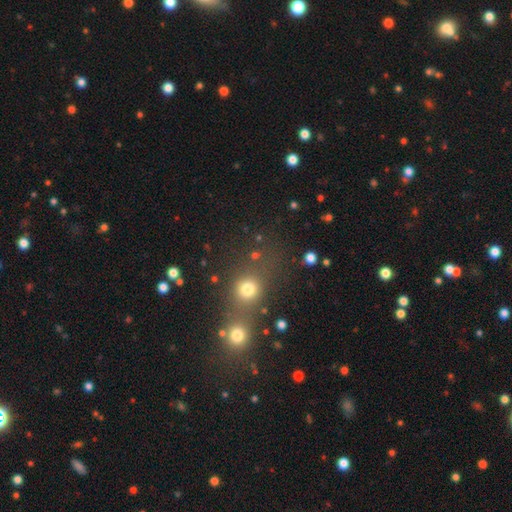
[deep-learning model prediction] smooth-or-featured: smooth: 65% | star or artifact: 26% | featured or disk: 9%
  how-rounded: round: 82% | in between: 17% | cigar-shaped: 2%
  merging: none: 51% | merger: 36% | minor disturbance: 8% | major disturbance: 5%